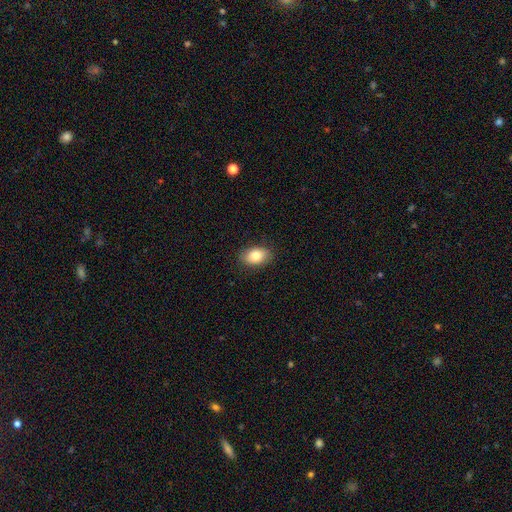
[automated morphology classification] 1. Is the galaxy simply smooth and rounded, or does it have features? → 82% smooth, 10% featured or disk, 8% star or artifact.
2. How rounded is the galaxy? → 86% in between, 13% round, 1% cigar-shaped.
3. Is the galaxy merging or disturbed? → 87% none, 9% minor disturbance, 2% major disturbance, 1% merger.